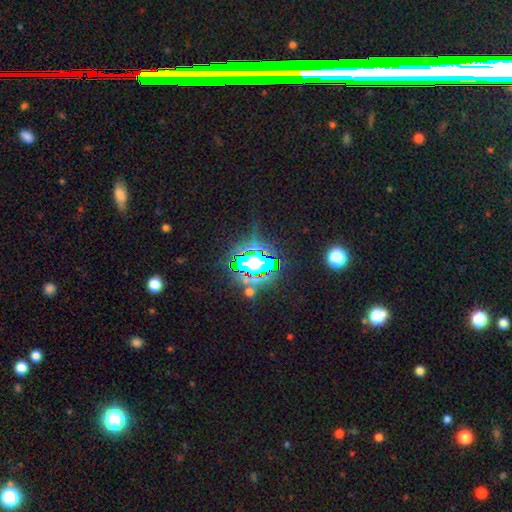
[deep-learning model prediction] Smooth or featured? Predicted: star or artifact (p=0.68).